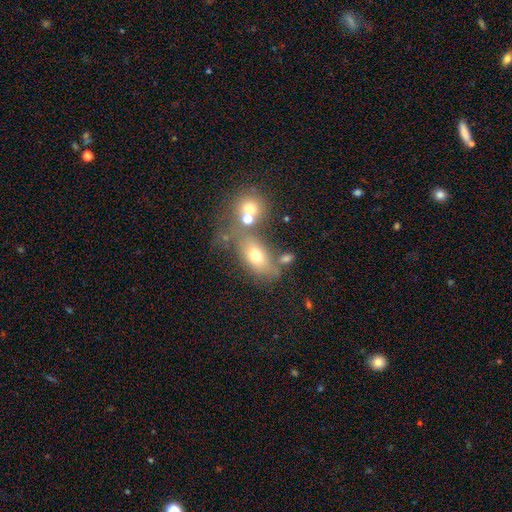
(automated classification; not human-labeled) smooth-or-featured: smooth: 64% | featured or disk: 22% | star or artifact: 14%
  how-rounded: in between: 75% | round: 19% | cigar-shaped: 7%
  merging: none: 47% | merger: 28% | minor disturbance: 15% | major disturbance: 10%